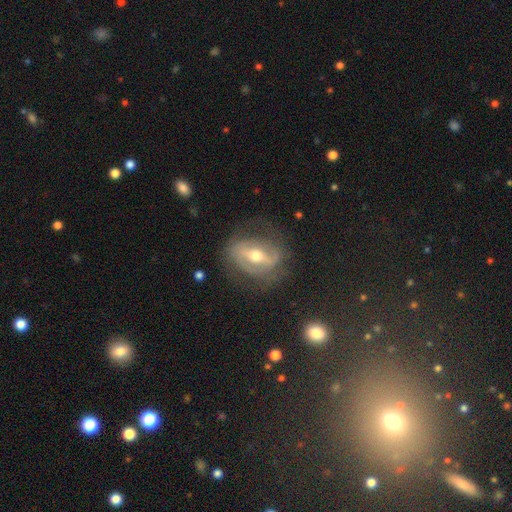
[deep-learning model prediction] Morphology: type=featured or disk (77%); edge-on=no (91%); bar=strong (55%); spiral arms=yes (76%); winding=medium (40%); arm count=2 (67%); bulge=moderate (68%); merging=none (65%).